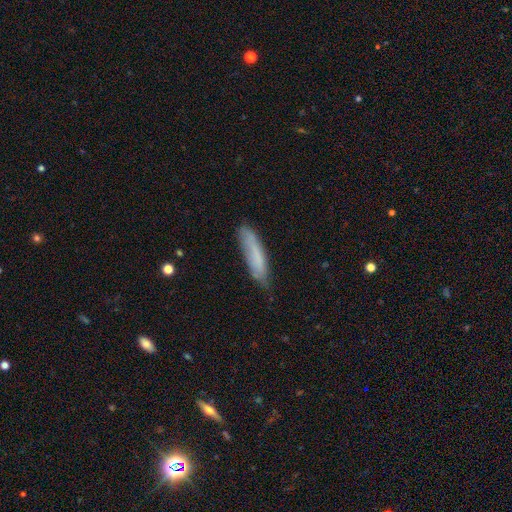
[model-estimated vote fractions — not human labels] smooth_or_featured: smooth (p=0.71) [alt: featured or disk p=0.22]
how_rounded: cigar-shaped (p=0.78) [alt: in between p=0.20]
merging: none (p=0.66) [alt: minor disturbance p=0.26]